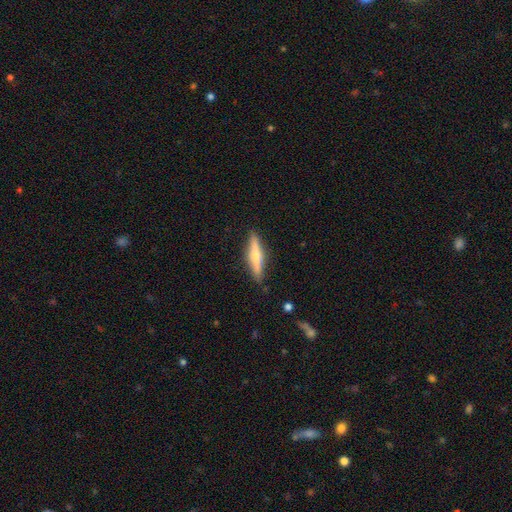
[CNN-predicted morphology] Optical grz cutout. It shows a featured or disk galaxy (54%) viewed edge-on (95%) with a rounded central bulge (87%). Merging: none (88%).